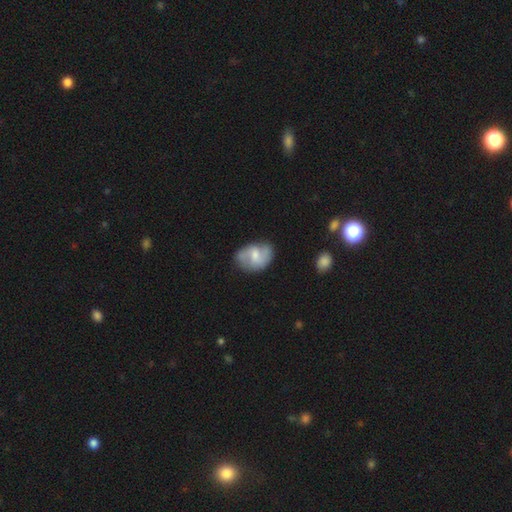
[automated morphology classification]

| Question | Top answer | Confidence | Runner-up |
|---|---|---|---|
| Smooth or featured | featured or disk | 60% | smooth (34%) |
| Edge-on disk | no | 97% | yes (3%) |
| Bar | weak | 54% | no (33%) |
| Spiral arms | yes | 84% | no (16%) |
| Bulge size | moderate | 48% | small (36%) |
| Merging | none | 66% | minor disturbance (23%) |